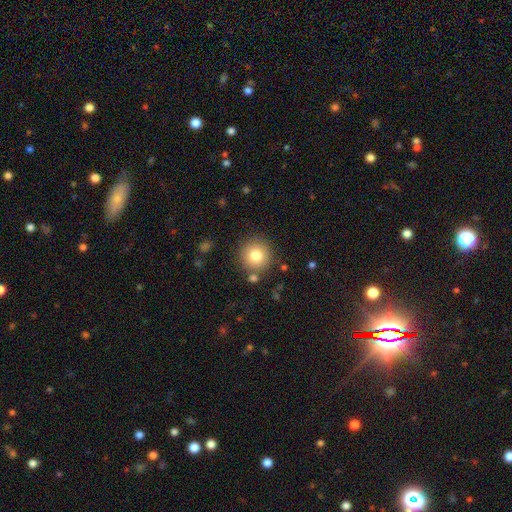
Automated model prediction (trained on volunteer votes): Smooth or featured? smooth (80%)
How rounded? round (94%)
Merging? none (84%)